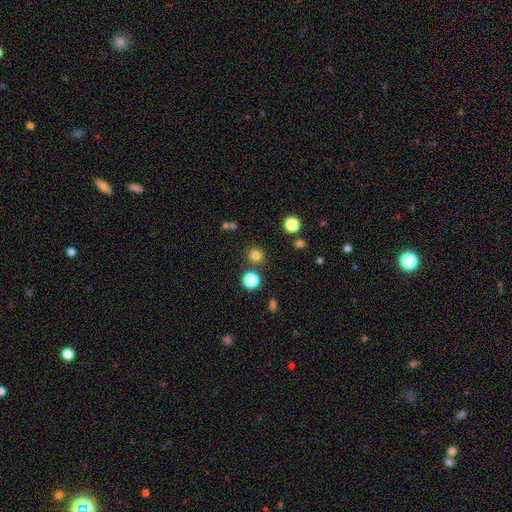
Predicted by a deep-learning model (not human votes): A smooth galaxy with no disk features (79%) that is round (91%).

Vote fractions:
- Smooth or featured? smooth: 79% / star or artifact: 16% / featured or disk: 5%
- How rounded? round: 91% / in between: 8% / cigar-shaped: 1%
- Merging? none: 85% / minor disturbance: 7% / merger: 5% / major disturbance: 3%